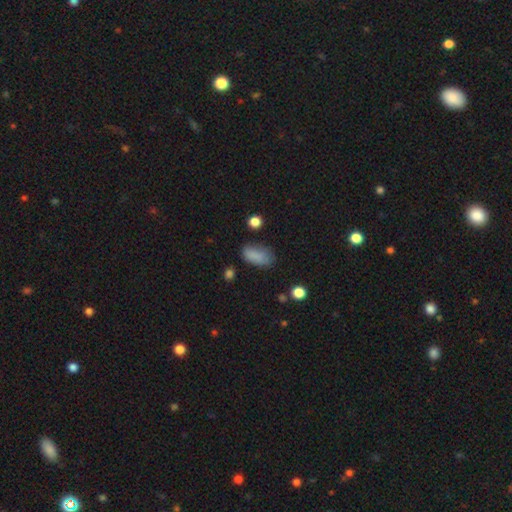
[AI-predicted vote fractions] smooth-or-featured: smooth: 82% | star or artifact: 10% | featured or disk: 7%
  how-rounded: in between: 91% | round: 5% | cigar-shaped: 4%
  merging: none: 60% | minor disturbance: 27% | major disturbance: 10% | merger: 3%